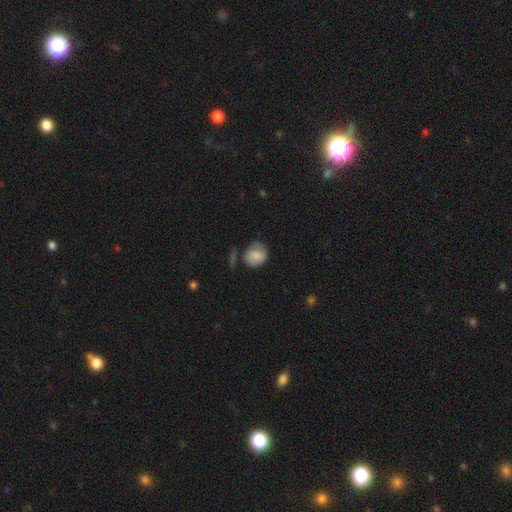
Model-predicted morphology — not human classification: Smooth or featured?
  - smooth: 80% *
  - featured or disk: 12%
  - star or artifact: 8%
How rounded?
  - round: 77% *
  - in between: 22%
  - cigar-shaped: 1%
Merging?
  - none: 61% *
  - minor disturbance: 26%
  - major disturbance: 8%
  - merger: 5%